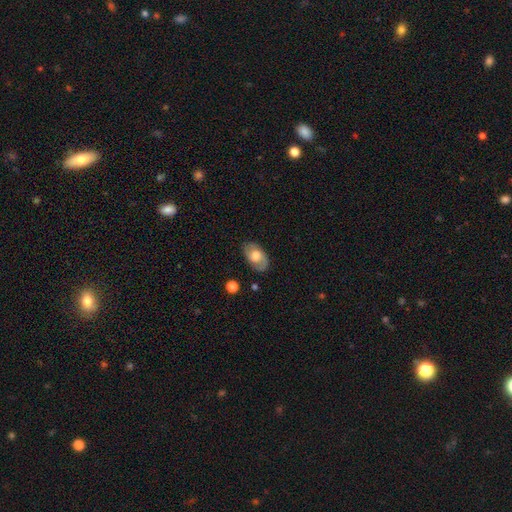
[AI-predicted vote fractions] This appears to be a featured or disk galaxy (54%) with no bar (66%), spiral arms (77%) and a large central bulge (41%). Merging: none (76%).